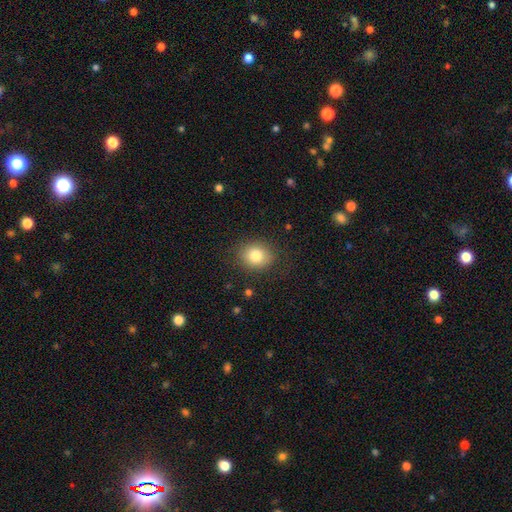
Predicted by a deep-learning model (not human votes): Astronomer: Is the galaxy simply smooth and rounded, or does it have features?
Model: smooth — 80%.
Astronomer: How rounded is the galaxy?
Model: round — 61% (runner-up: in between, 38%).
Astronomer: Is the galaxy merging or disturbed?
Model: none — 82%.